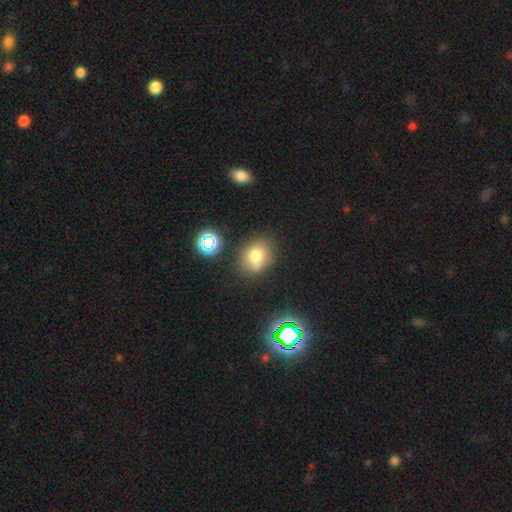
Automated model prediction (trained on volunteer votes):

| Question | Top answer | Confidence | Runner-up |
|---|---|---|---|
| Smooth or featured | smooth | 73% | star or artifact (16%) |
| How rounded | round | 56% | in between (43%) |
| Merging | none | 69% | minor disturbance (17%) |